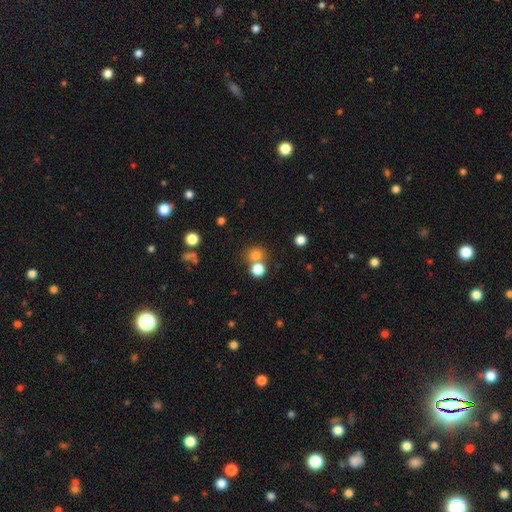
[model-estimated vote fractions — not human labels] Smooth or featured? smooth (75%)
How rounded? round (84%)
Merging? none (60%)